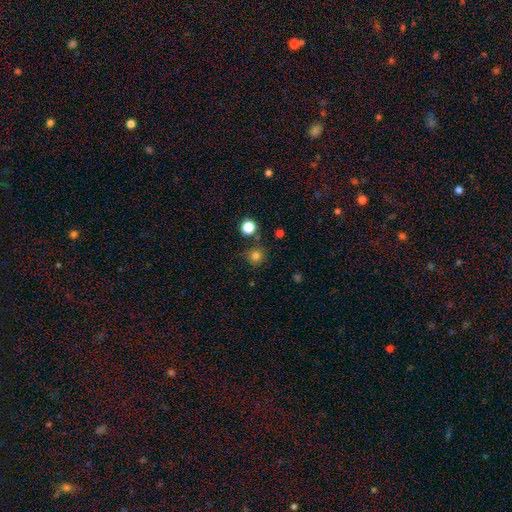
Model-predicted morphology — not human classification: smooth_or_featured: smooth (p=0.79) [alt: star or artifact p=0.15]
how_rounded: round (p=0.94) [alt: in between p=0.05]
merging: none (p=0.82) [alt: minor disturbance p=0.09]